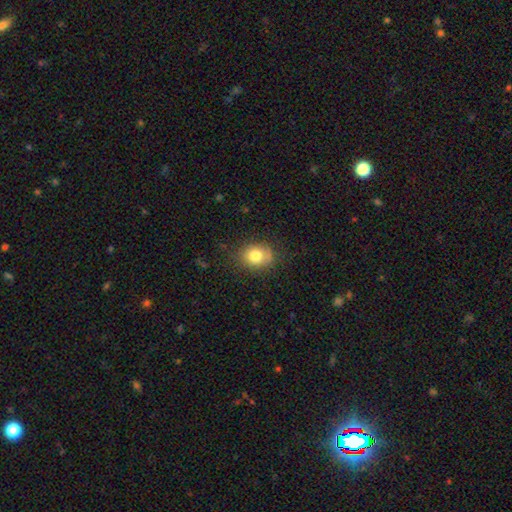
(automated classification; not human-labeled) This is likely a smooth galaxy (79%). How rounded: possibly round (55%). Merging: likely none (70%).